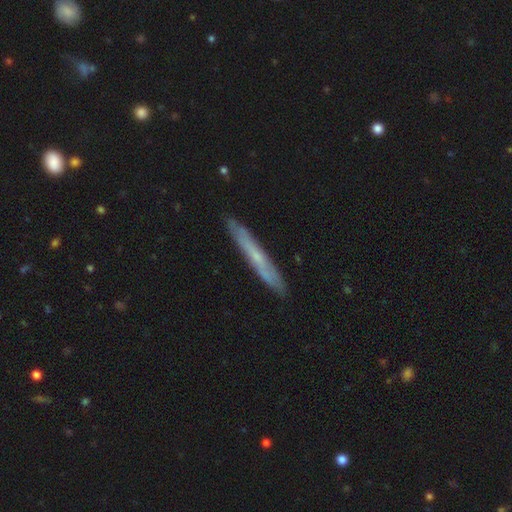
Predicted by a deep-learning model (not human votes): This appears to be a featured or disk galaxy (53%) viewed edge-on (84%). Merging: none (87%).